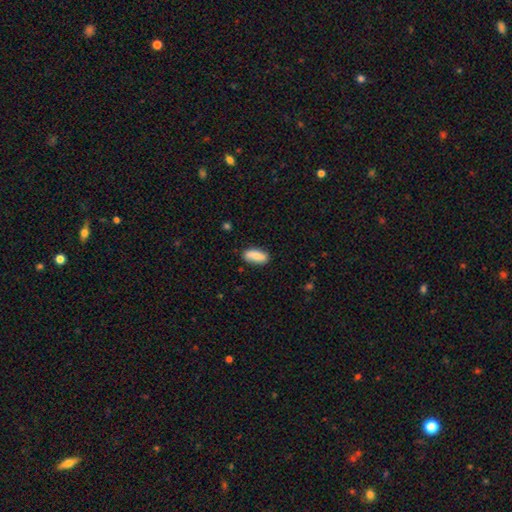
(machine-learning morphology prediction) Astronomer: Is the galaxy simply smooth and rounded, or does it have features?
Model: smooth — 78%.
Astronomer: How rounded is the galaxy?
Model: in between — 83%.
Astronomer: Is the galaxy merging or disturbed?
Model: none — 82%.